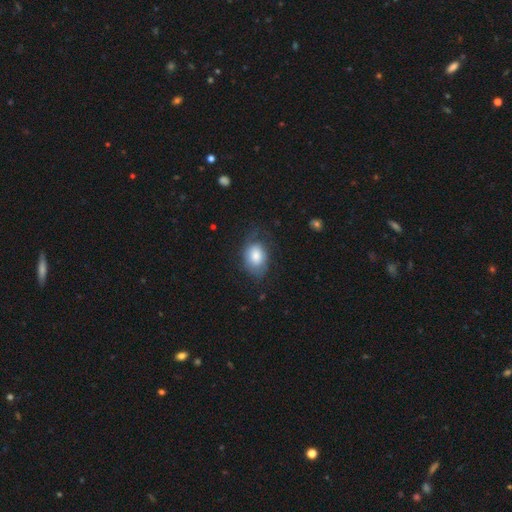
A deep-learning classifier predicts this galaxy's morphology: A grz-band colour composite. It shows a smooth galaxy with no disk features (72%) that is in between round and cigar-shaped (77%). Merging: none (54%).